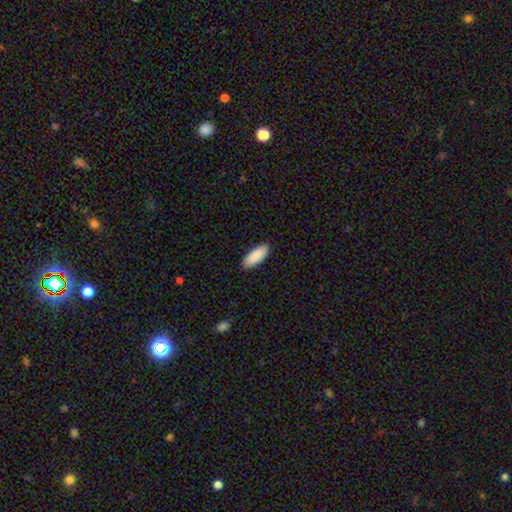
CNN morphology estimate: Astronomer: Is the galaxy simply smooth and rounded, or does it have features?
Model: smooth — 91%.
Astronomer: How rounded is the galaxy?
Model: in between — 80%.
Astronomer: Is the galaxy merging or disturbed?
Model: none — 90%.